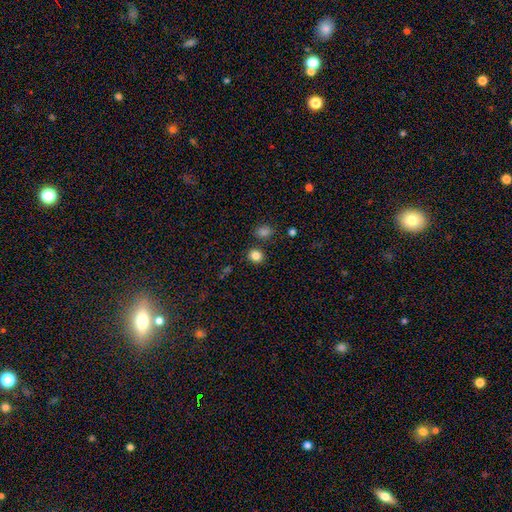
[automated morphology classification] Smooth or featured: smooth — 84% (star or artifact — 11%)
How rounded: round — 72% (in between — 27%)
Merging: none — 84% (minor disturbance — 8%)